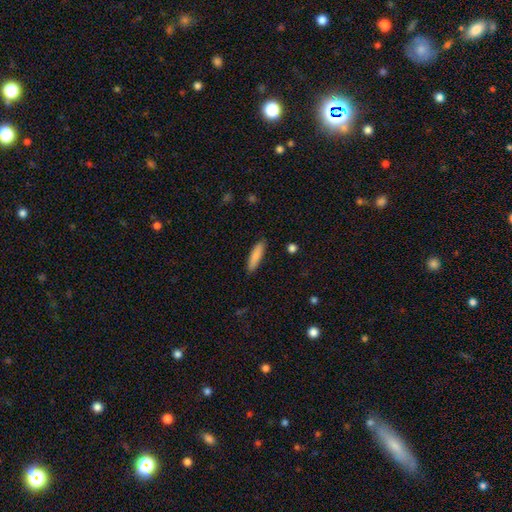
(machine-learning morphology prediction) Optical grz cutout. It shows a smooth galaxy with no disk features (85%) that is cigar-shaped (73%). Merging: none (88%).